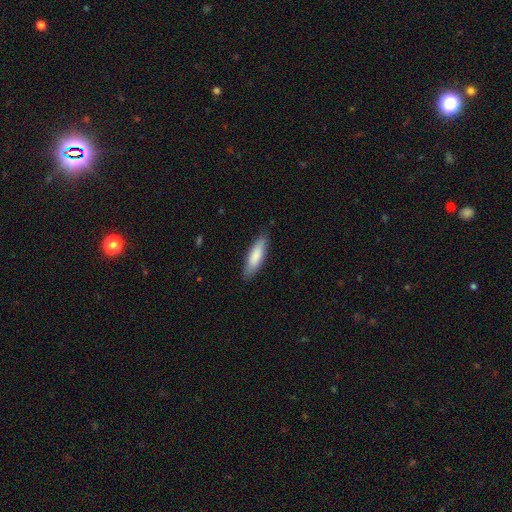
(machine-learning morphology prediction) Smooth or featured? smooth (83%)
How rounded? cigar-shaped (54%)
Merging? none (84%)